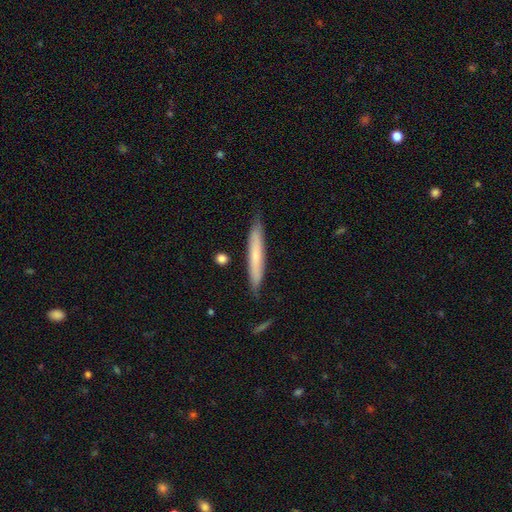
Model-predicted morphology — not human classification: A smooth galaxy with no disk features (58%) that is cigar-shaped (95%). Merging: none (85%).